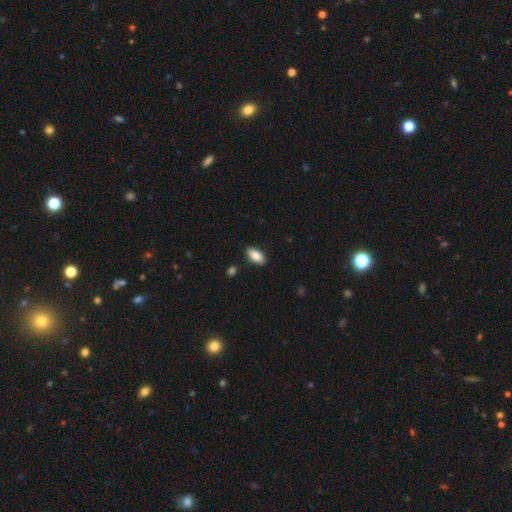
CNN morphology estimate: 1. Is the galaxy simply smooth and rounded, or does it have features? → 85% smooth, 8% featured or disk, 7% star or artifact.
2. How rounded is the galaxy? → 92% in between, 5% cigar-shaped, 3% round.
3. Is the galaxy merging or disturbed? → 88% none, 8% minor disturbance, 2% major disturbance, 2% merger.